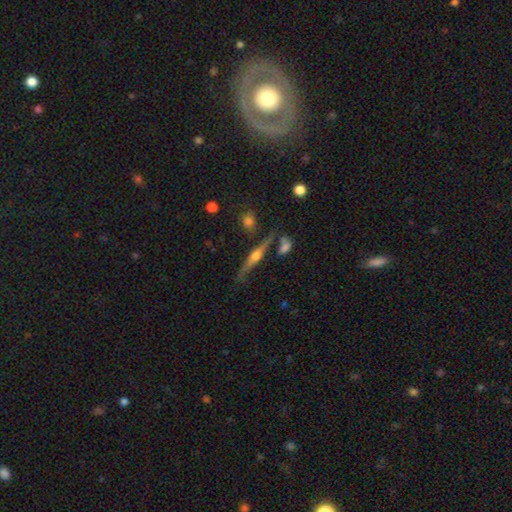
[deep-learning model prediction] Smooth or featured? Predicted: featured or disk (p=0.73). Edge-on disk? Predicted: yes (p=0.95). Edge-on bulge? Predicted: rounded (p=0.88). Merging? Predicted: none (p=0.73).